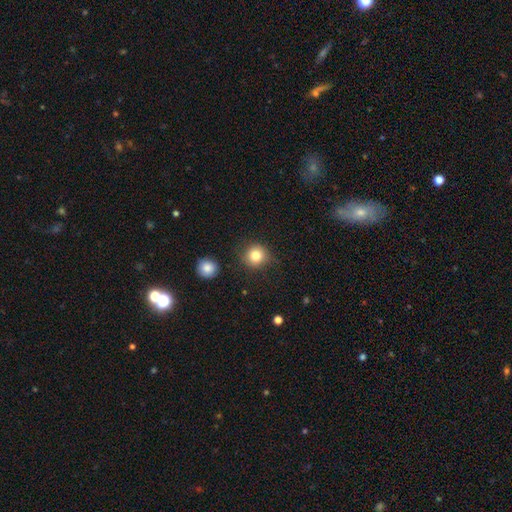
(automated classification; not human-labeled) This appears to be a smooth galaxy with no disk features (82%) that is round (92%). Merging: none (84%).